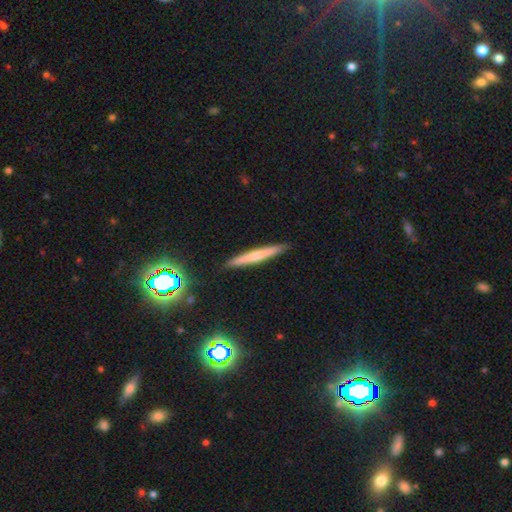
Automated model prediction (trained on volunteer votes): This is possibly a smooth galaxy (48%). Merging: clearly none (90%).